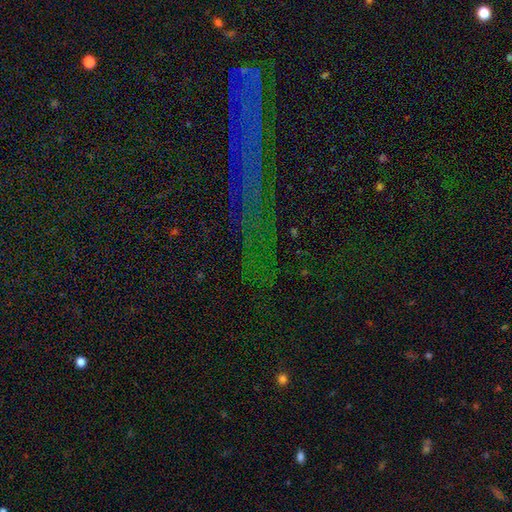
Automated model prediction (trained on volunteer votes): The model was most divided on "smooth or featured": star or artifact: 80%, smooth: 10%, featured or disk: 10%.